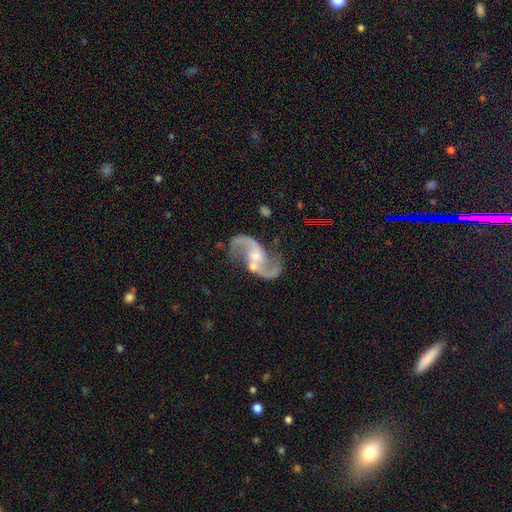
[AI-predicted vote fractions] featured or disk 92%, star or artifact 5%, smooth 3%. Down the decision tree: edge-on disk — no (98%); bar — no (47%); spiral arms — yes (97%); spiral arm count — 2 (94%); spiral winding — loose (55%); bulge size — small (51%); merging — none (62%).